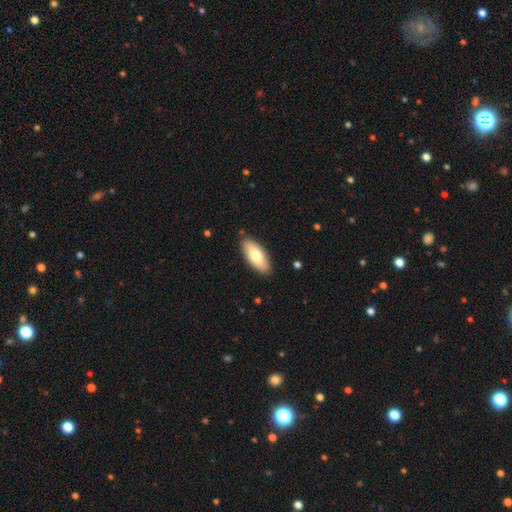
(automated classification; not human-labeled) smooth-or-featured: smooth: 72% | featured or disk: 22% | star or artifact: 6%
  how-rounded: in between: 82% | cigar-shaped: 16% | round: 2%
  merging: none: 87% | minor disturbance: 9% | major disturbance: 2% | merger: 1%